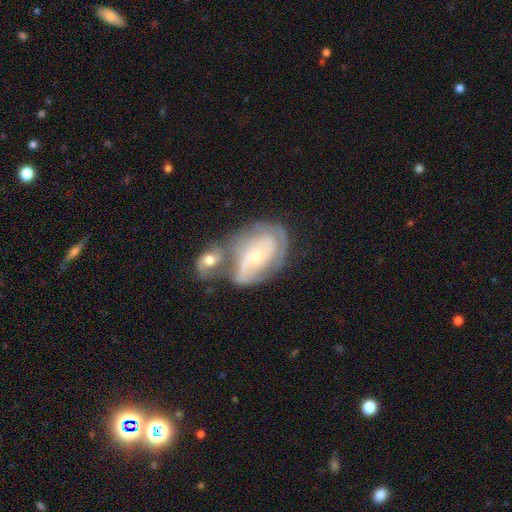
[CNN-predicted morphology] type=featured or disk (79%); edge-on=no (96%); bar=no (61%); spiral arms=yes (90%); winding=tight (50%); arm count=2 (38%); bulge=small (68%); merging=merger (44%).